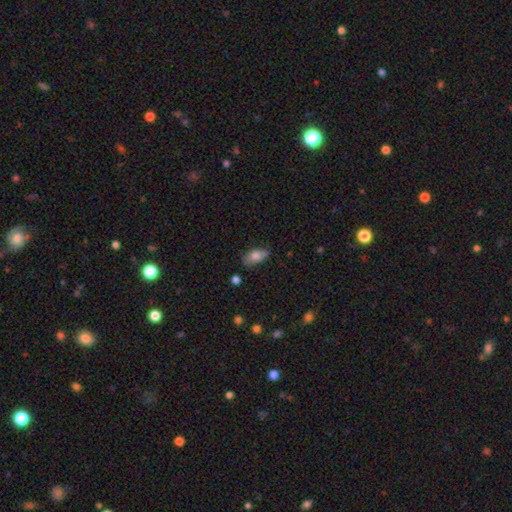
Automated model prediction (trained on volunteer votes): Overall: smooth (74%). How rounded: in between (86%). Merging: none (65%; minor disturbance 27%).